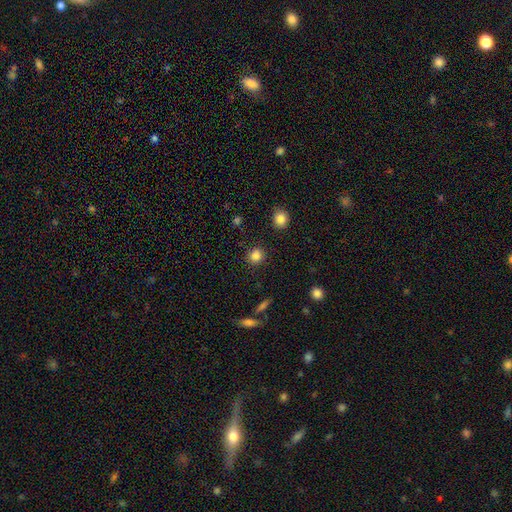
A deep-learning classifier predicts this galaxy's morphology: This appears to be a smooth galaxy with no disk features (85%) that is round (86%). Merging: none (89%).